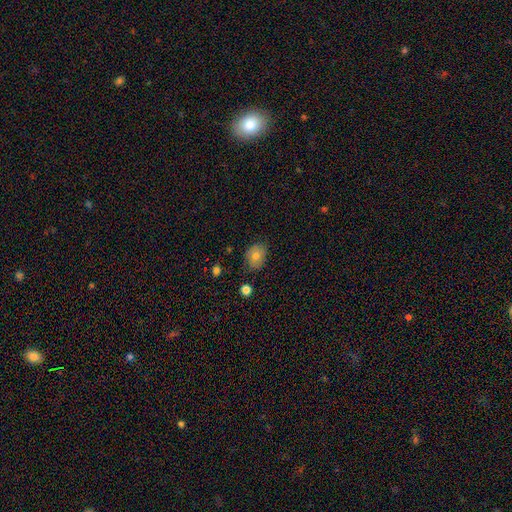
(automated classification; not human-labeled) This appears to be a smooth galaxy with no disk features (75%) that is in between round and cigar-shaped (61%). Merging: none (76%).